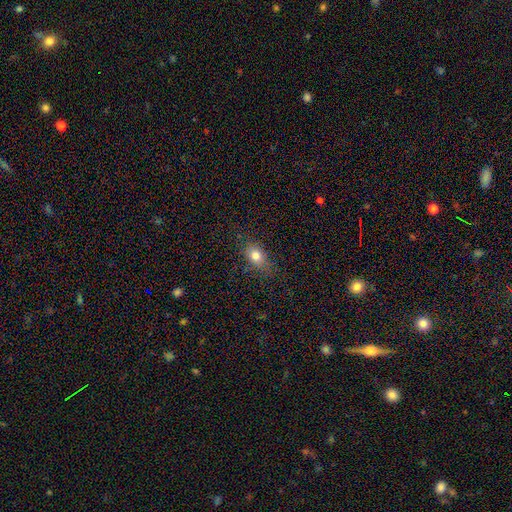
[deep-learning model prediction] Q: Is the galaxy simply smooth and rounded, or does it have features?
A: smooth — 79%.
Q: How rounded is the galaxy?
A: in between — 68%.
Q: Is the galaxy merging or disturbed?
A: none — 76%.